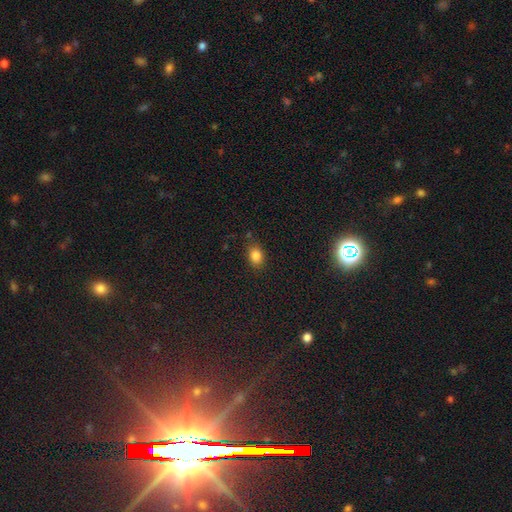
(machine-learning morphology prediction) Smooth or featured? Predicted: smooth (p=0.83). How rounded? Predicted: in between (p=0.67). Merging? Predicted: none (p=0.82).